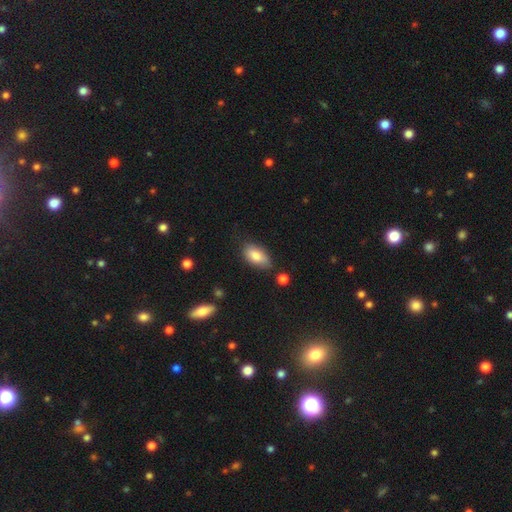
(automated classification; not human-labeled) smooth_or_featured: smooth (p=0.82) [alt: featured or disk p=0.11]
how_rounded: in between (p=0.92) [alt: cigar-shaped p=0.04]
merging: none (p=0.65) [alt: minor disturbance p=0.26]